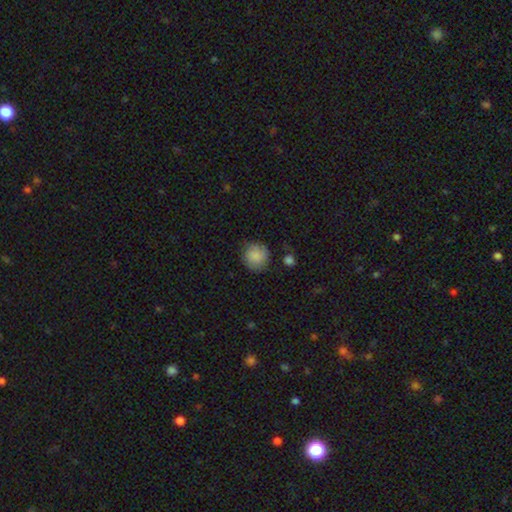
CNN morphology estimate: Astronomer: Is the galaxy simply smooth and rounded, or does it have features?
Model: smooth — 85%.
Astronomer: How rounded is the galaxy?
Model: round — 90%.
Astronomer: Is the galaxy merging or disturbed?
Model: none — 78%.